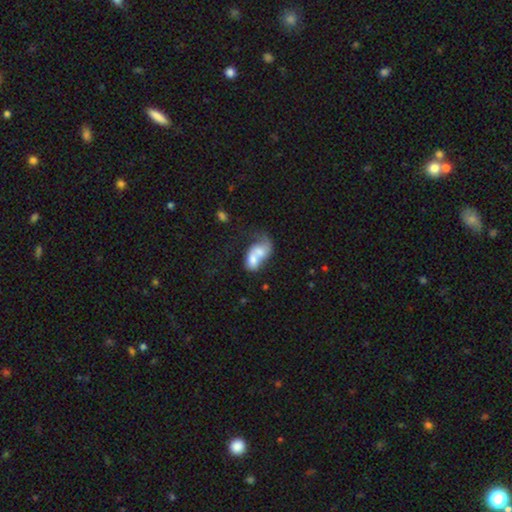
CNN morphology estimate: smooth_or_featured: smooth (p=0.54) [alt: featured or disk p=0.38]
how_rounded: in between (p=0.78) [alt: round p=0.20]
merging: merger (p=0.75) [alt: none p=0.10]